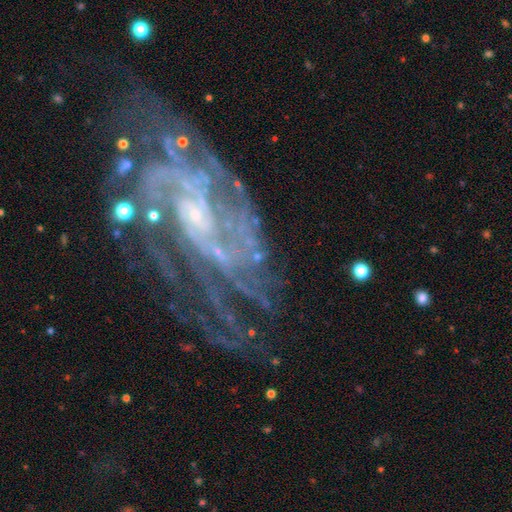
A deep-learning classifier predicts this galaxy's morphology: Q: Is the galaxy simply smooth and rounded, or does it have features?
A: featured or disk — 81%.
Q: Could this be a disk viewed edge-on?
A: no — 95%.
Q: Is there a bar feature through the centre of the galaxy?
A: no — 49%.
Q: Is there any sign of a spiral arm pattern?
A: yes — 95%.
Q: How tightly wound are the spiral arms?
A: tight — 57%.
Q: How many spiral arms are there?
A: can't tell — 26%.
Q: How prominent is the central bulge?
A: small — 71%.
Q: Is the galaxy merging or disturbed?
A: none — 62%.